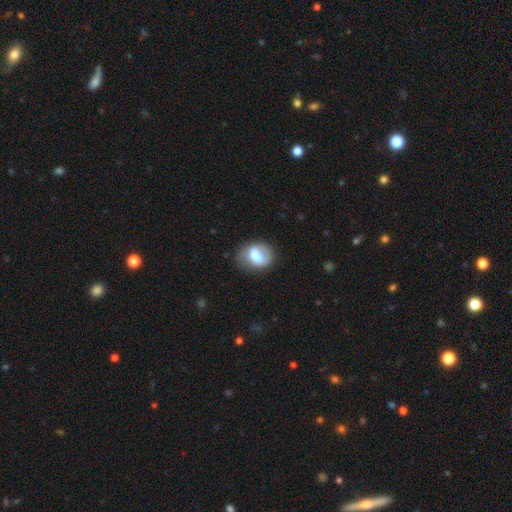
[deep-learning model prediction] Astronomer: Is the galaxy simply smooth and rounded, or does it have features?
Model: smooth — 62%.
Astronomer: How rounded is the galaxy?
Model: in between — 59% (runner-up: round, 40%).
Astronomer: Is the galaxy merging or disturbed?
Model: none — 60%.